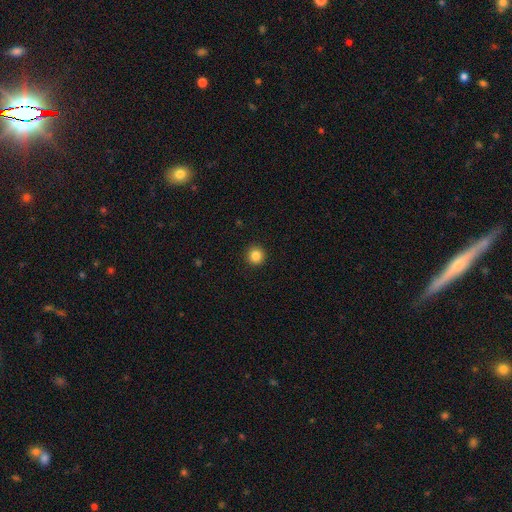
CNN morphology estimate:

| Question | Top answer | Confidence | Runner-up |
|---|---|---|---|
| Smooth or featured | smooth | 85% | star or artifact (11%) |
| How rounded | round | 95% | in between (4%) |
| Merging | none | 93% | minor disturbance (4%) |